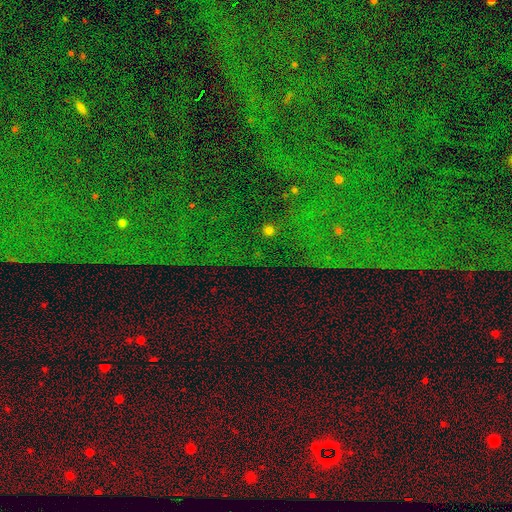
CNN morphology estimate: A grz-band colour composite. It shows a star or artifact, not a galaxy (81%).